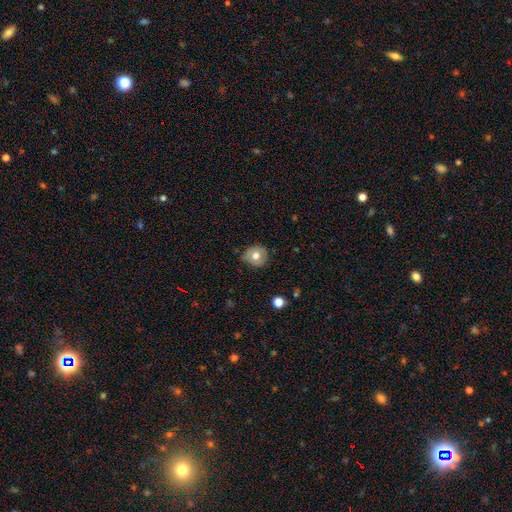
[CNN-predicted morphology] smooth-or-featured: smooth: 68% | featured or disk: 23% | star or artifact: 9%
  how-rounded: round: 82% | in between: 17% | cigar-shaped: 1%
  merging: none: 69% | minor disturbance: 25% | major disturbance: 5% | merger: 1%